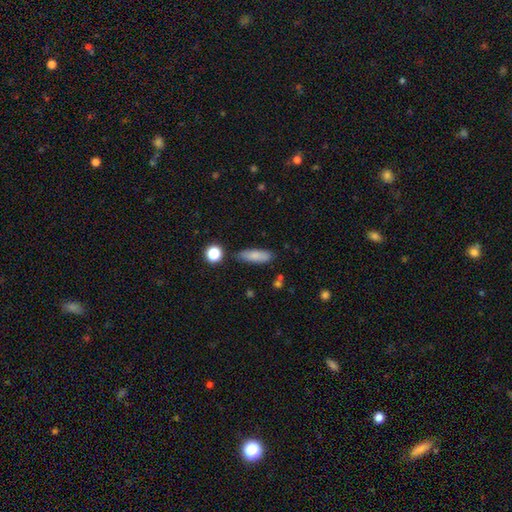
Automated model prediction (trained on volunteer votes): smooth-or-featured: smooth: 82% | featured or disk: 11% | star or artifact: 8%
  how-rounded: in between: 56% | cigar-shaped: 41% | round: 3%
  merging: none: 80% | minor disturbance: 13% | merger: 4% | major disturbance: 3%